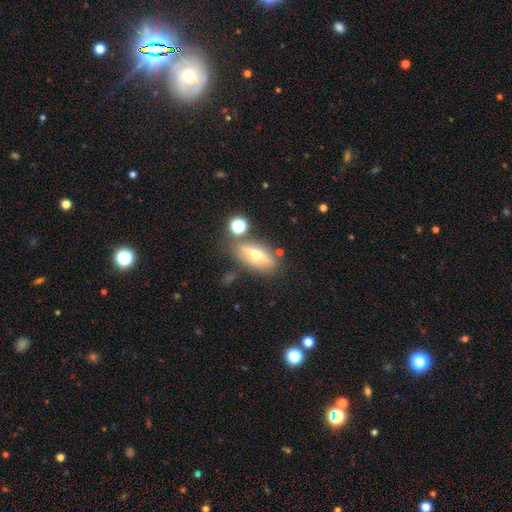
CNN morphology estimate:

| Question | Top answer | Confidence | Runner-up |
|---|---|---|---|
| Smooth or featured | featured or disk | 56% | smooth (35%) |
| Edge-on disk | yes | 77% | no (23%) |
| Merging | none | 75% | minor disturbance (13%) |